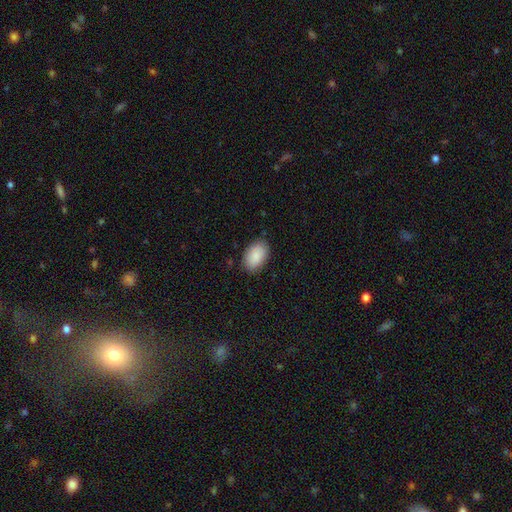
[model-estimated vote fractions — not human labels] Smooth or featured: smooth — 89% (star or artifact — 6%)
How rounded: in between — 92% (round — 6%)
Merging: none — 84% (minor disturbance — 12%)